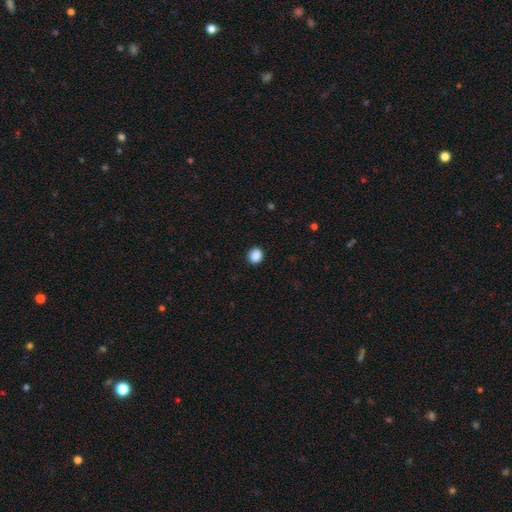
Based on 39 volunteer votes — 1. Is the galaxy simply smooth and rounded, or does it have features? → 90% smooth, 10% star or artifact, 0% featured or disk.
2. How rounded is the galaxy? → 66% round, 34% in between, 0% cigar-shaped.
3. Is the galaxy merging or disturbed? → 91% none, 6% minor disturbance, 3% merger, 0% major disturbance.